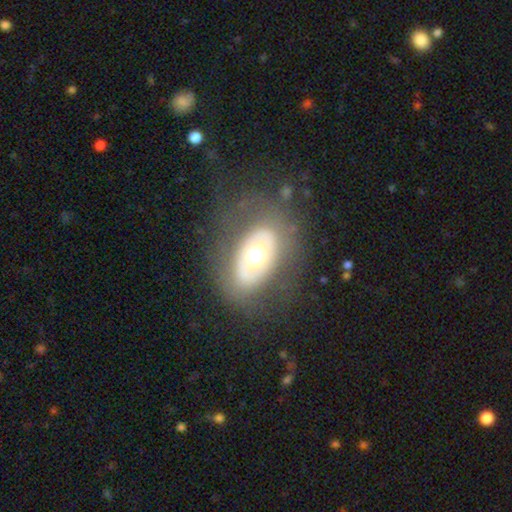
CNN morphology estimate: This is possibly a featured or disk galaxy (51%). It is clearly not viewed edge-on (90%). Merging: likely none (75%).